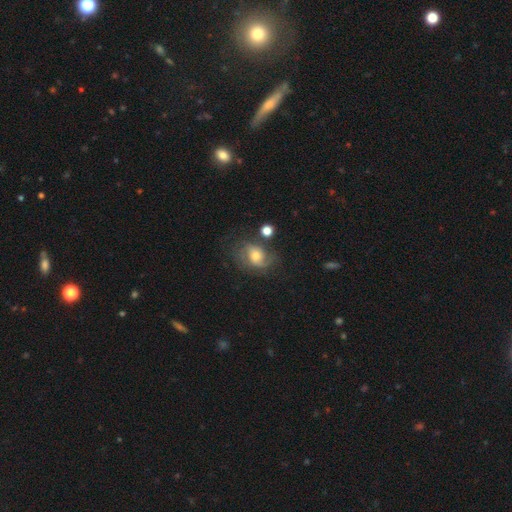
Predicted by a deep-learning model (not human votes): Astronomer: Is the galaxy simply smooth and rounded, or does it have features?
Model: featured or disk — 60%.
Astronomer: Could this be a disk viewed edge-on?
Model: no — 97%.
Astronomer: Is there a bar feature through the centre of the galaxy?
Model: no — 67%.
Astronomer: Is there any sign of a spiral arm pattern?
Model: yes — 83%.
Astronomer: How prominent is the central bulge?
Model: moderate — 59%.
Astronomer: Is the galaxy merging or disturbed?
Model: none — 52%.